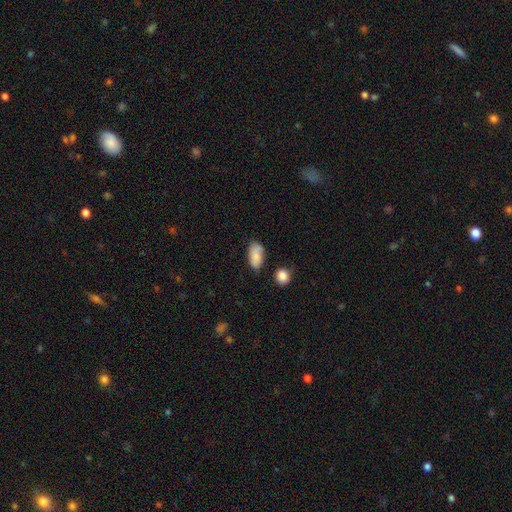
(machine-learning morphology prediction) Q: Smooth or featured?
A: smooth (82%); runner-up: featured or disk (11%)
Q: How rounded?
A: in between (92%); runner-up: round (4%)
Q: Merging?
A: none (66%); runner-up: minor disturbance (24%)